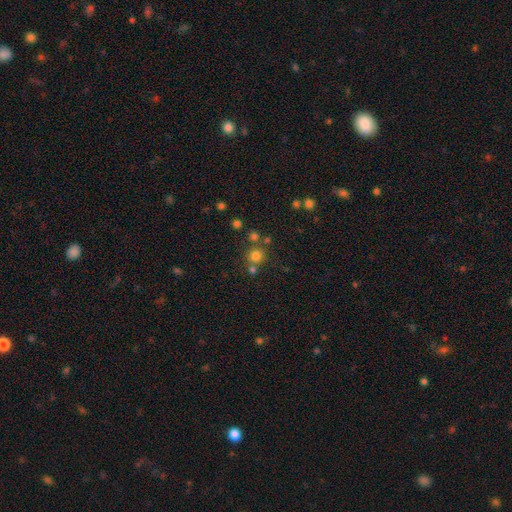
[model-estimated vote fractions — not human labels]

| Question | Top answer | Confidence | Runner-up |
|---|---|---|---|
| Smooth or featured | smooth | 74% | star or artifact (18%) |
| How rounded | round | 91% | in between (8%) |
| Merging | none | 70% | merger (18%) |